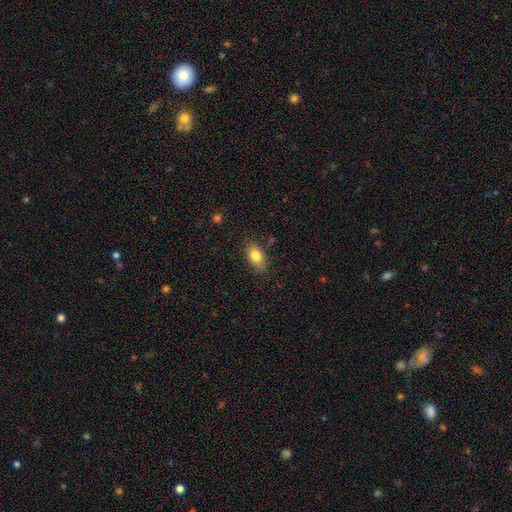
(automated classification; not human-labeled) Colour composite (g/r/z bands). It shows a smooth galaxy with no disk features (79%) that is in between round and cigar-shaped (88%). Merging: none (81%).